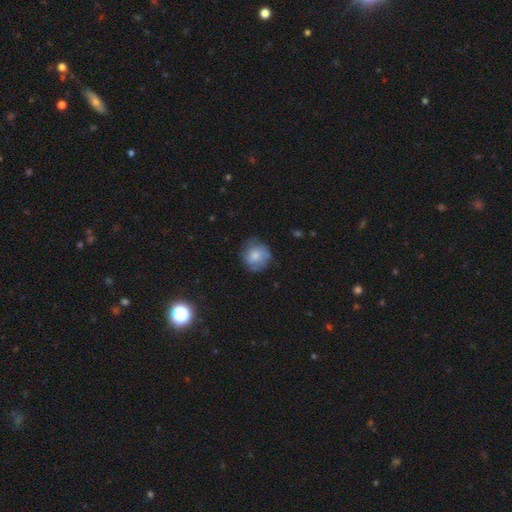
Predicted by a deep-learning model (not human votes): A smooth galaxy with no disk features (67%) that is round (84%). Merging: none (67%).